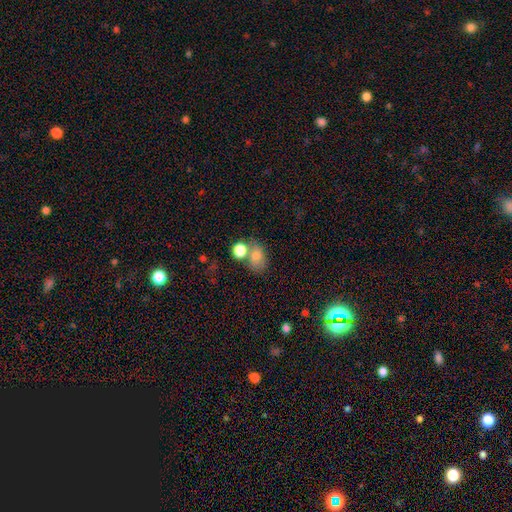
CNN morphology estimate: This is likely a smooth galaxy (76%). How rounded: likely in between (66%). Merging: marginally none (44%).